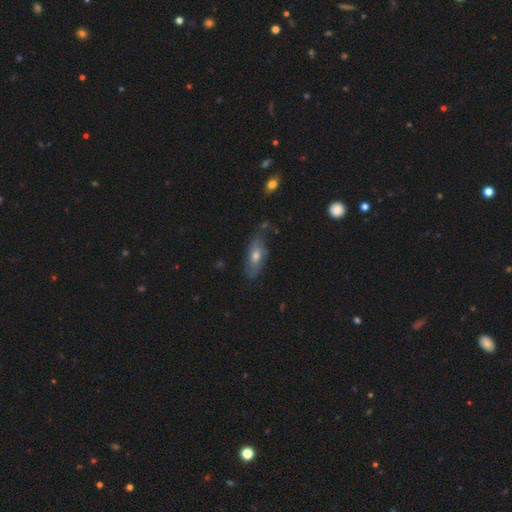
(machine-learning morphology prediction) smooth_or_featured: featured or disk (p=0.45) [tied with: smooth p=0.45]
merging: none (p=0.62) [alt: minor disturbance p=0.26]